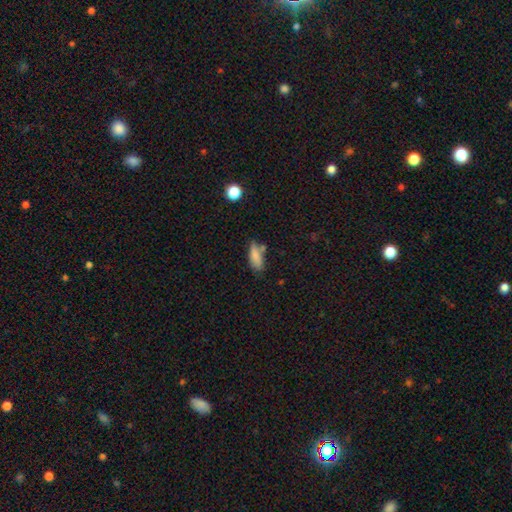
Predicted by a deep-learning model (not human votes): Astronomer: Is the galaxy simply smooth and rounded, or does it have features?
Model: smooth — 82%.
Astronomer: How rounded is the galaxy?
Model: in between — 62%.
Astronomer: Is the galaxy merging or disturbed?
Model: none — 58%.